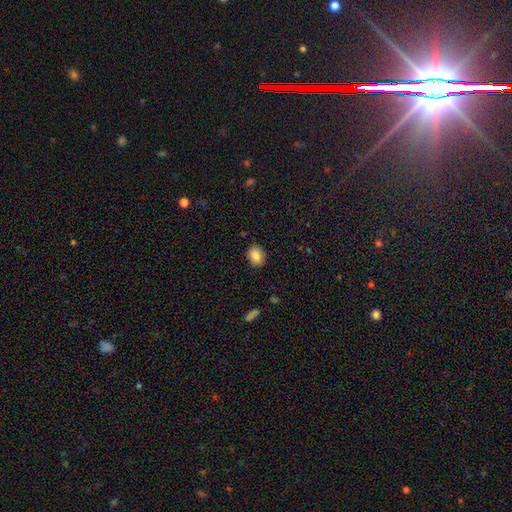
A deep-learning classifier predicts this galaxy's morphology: A smooth galaxy with no disk features (86%) that is in between round and cigar-shaped (66%). Merging: none (87%).